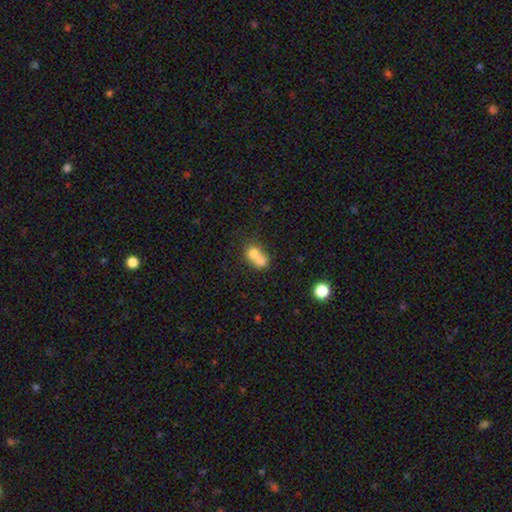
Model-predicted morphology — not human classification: The model was most divided on "how rounded": round: 60%, in between: 38%, cigar-shaped: 1%. More confident: merging — merger (70%); smooth or featured — smooth (69%).